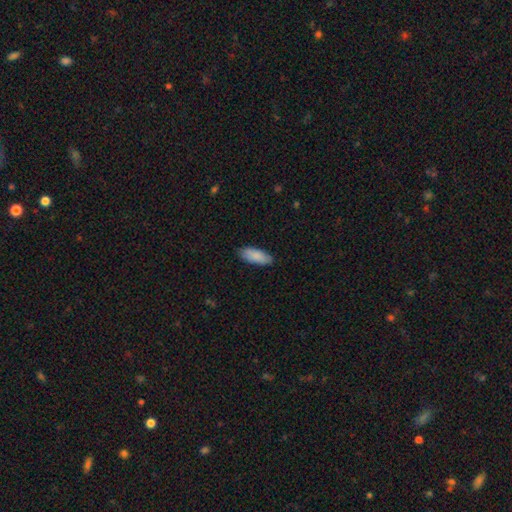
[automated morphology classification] A smooth galaxy with no disk features (88%) that is in between round and cigar-shaped (79%).

Vote fractions:
- Smooth or featured? smooth: 88% / featured or disk: 6% / star or artifact: 5%
- How rounded? in between: 79% / cigar-shaped: 20% / round: 2%
- Merging? none: 87% / minor disturbance: 11% / major disturbance: 2% / merger: 1%